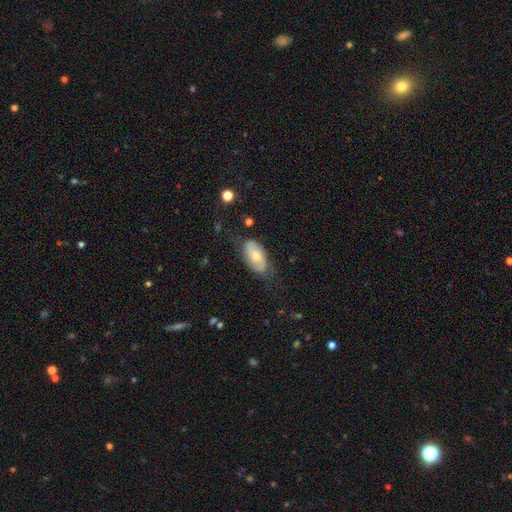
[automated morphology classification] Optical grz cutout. It shows a smooth galaxy with no disk features (54%) that is in between round and cigar-shaped (93%). Merging: none (72%).